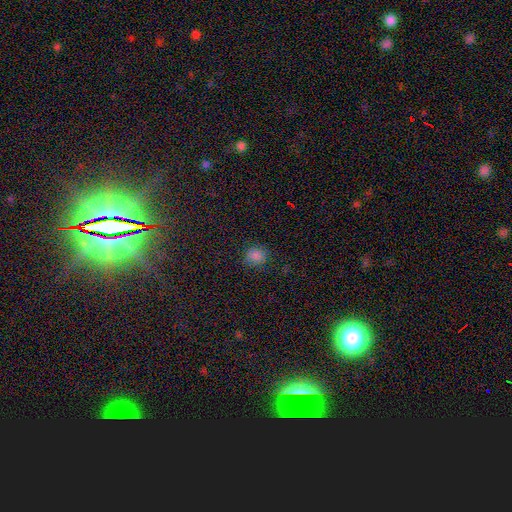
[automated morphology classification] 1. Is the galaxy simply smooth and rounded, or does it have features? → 82% smooth, 14% star or artifact, 4% featured or disk.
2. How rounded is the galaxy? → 84% round, 15% in between, 1% cigar-shaped.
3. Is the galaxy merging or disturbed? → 83% none, 12% minor disturbance, 3% major disturbance, 1% merger.